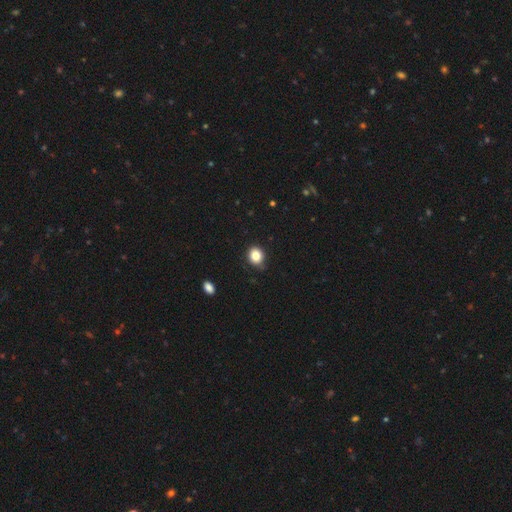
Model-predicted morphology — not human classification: This appears to be a smooth galaxy with no disk features (84%) that is round (68%). Merging: none (80%).